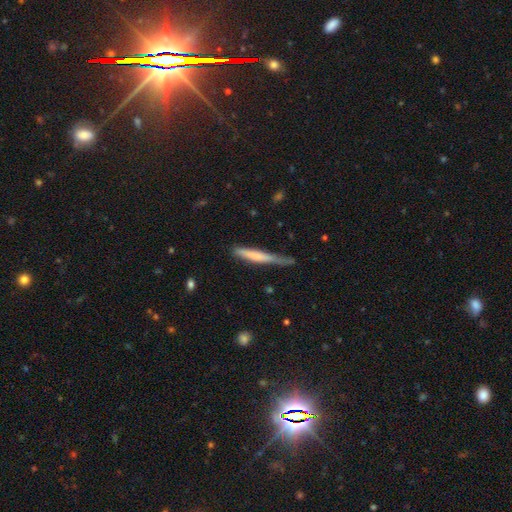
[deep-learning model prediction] A smooth galaxy with no disk features (60%) that is cigar-shaped (95%). Merging: none (54%).